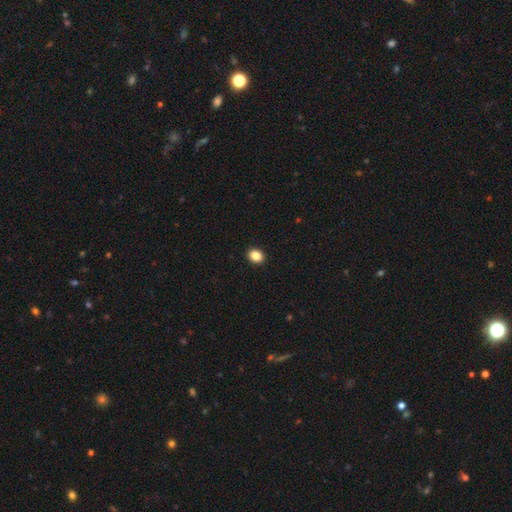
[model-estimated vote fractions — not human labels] This appears to be a smooth galaxy with no disk features (87%) that is in between round and cigar-shaped (54%). Merging: none (92%).